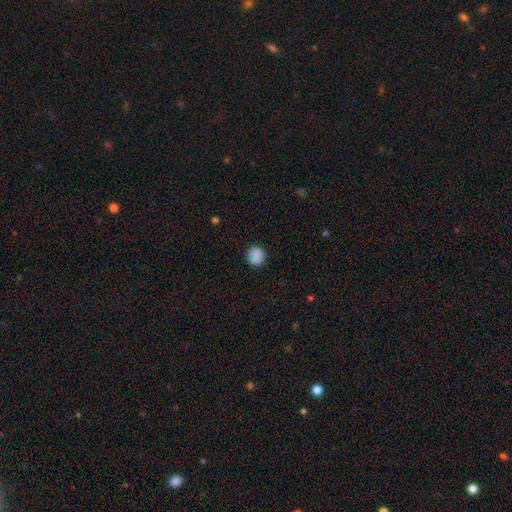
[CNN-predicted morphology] Smooth or featured? smooth (85%)
How rounded? round (87%)
Merging? none (83%)